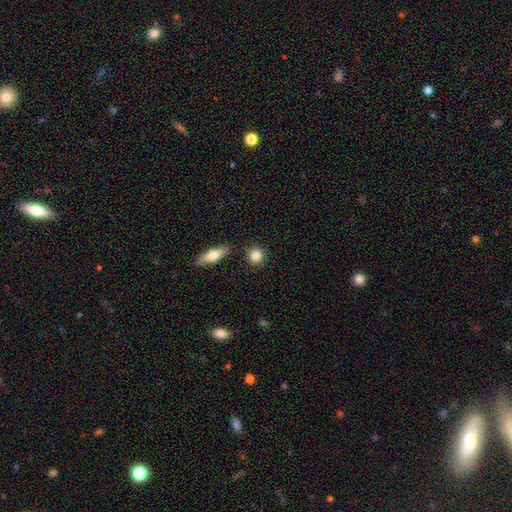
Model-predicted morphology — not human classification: Overall: smooth (85%). How rounded: round (87%). Merging: none (86%).